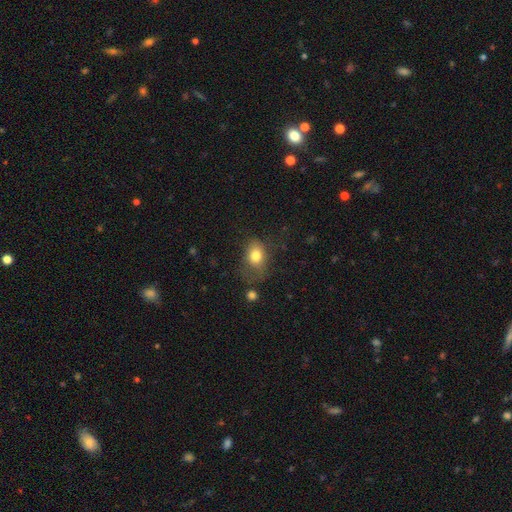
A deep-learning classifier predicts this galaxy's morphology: A smooth galaxy with no disk features (78%) that is in between round and cigar-shaped (66%).

Vote fractions:
- Smooth or featured? smooth: 78% / featured or disk: 12% / star or artifact: 10%
- How rounded? in between: 66% / round: 32% / cigar-shaped: 1%
- Merging? none: 52% / minor disturbance: 27% / major disturbance: 17% / merger: 3%